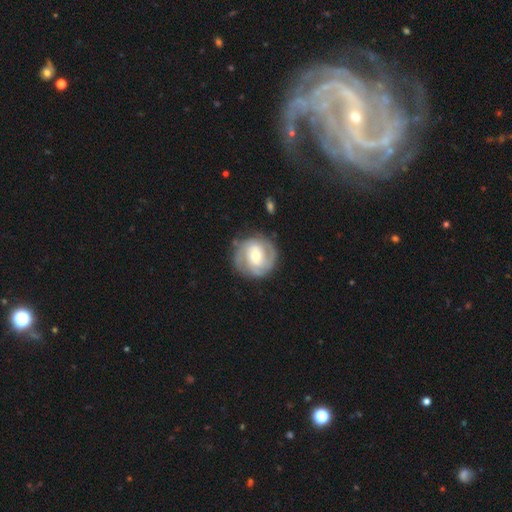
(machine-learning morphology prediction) type=featured or disk (75%); edge-on=no (98%); bar=no (49%); spiral arms=yes (89%); winding=tight (60%); arm count=2 (46%); bulge=moderate (68%); merging=none (77%).